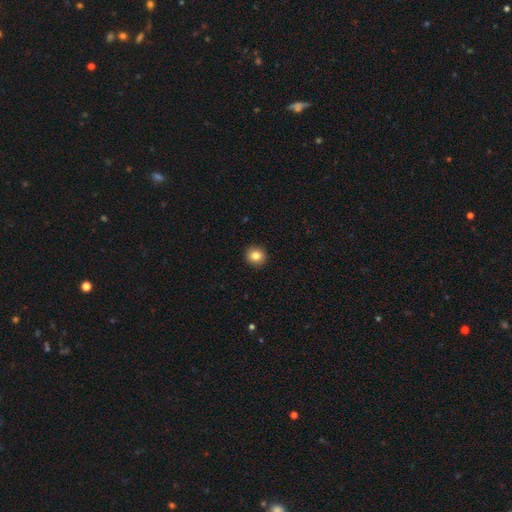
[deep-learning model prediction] Smooth or featured?
  - smooth: 83% *
  - star or artifact: 10%
  - featured or disk: 7%
How rounded?
  - round: 90% *
  - in between: 10%
  - cigar-shaped: 1%
Merging?
  - none: 93% *
  - minor disturbance: 5%
  - major disturbance: 1%
  - merger: 1%